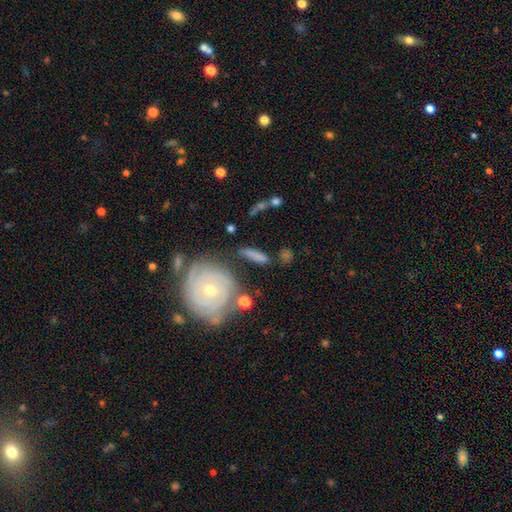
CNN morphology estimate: Smooth or featured? smooth (60%)
How rounded? cigar-shaped (64%)
Merging? none (66%)